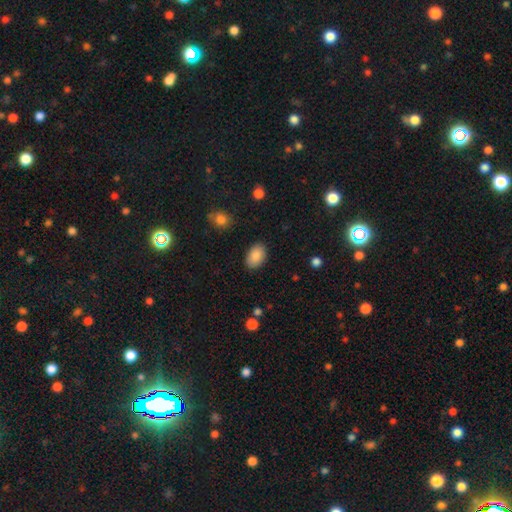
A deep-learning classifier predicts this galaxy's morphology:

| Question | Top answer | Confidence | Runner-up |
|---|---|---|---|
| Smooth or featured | smooth | 88% | star or artifact (7%) |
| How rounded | in between | 89% | round (10%) |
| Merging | none | 87% | minor disturbance (9%) |